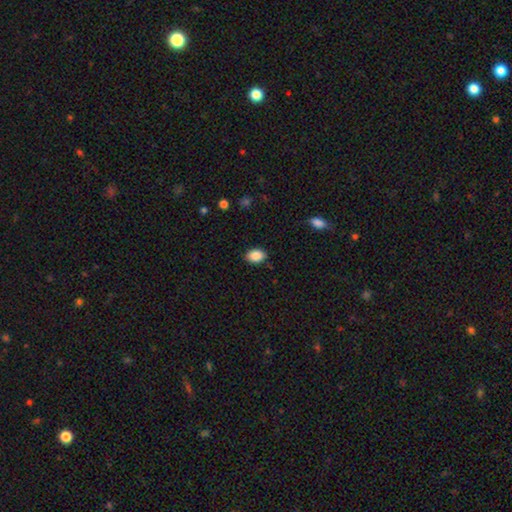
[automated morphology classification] smooth-or-featured: smooth: 88% | star or artifact: 8% | featured or disk: 4%
  how-rounded: in between: 77% | round: 21% | cigar-shaped: 1%
  merging: none: 87% | minor disturbance: 10% | major disturbance: 2% | merger: 1%